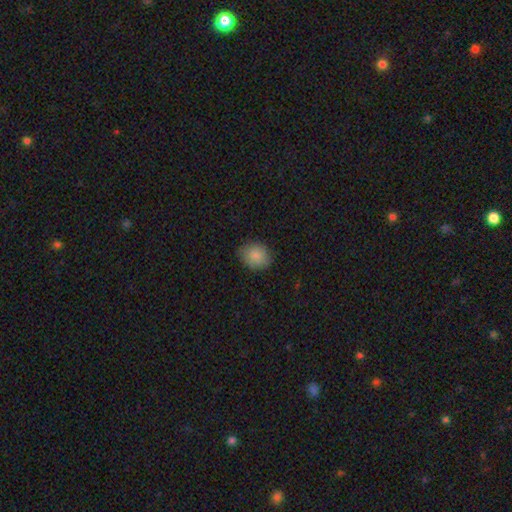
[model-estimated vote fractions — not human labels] This is clearly a smooth galaxy (83%). How rounded: possibly round (59%). Merging: likely none (79%).